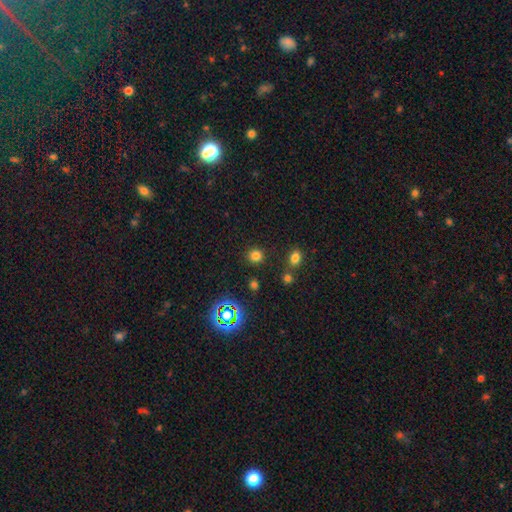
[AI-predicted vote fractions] smooth_or_featured: smooth (p=0.75) [alt: star or artifact p=0.20]
how_rounded: round (p=0.91) [alt: in between p=0.08]
merging: none (p=0.87) [alt: minor disturbance p=0.06]